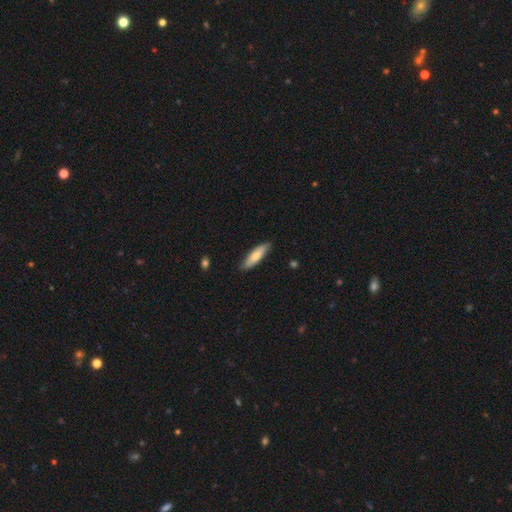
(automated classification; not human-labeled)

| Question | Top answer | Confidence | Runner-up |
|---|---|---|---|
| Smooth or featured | smooth | 72% | featured or disk (22%) |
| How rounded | cigar-shaped | 60% | in between (38%) |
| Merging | none | 84% | minor disturbance (13%) |